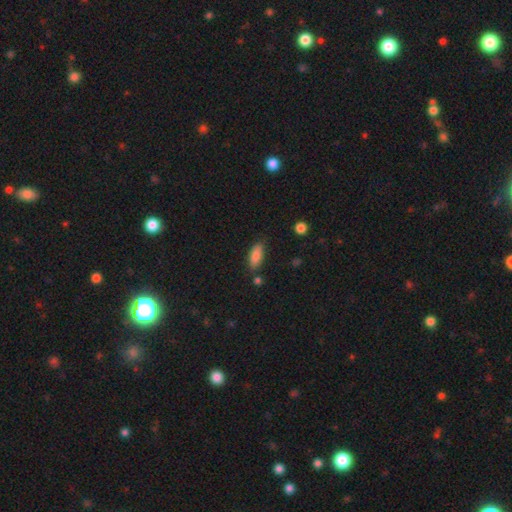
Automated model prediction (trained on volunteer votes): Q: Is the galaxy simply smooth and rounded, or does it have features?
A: smooth — 85%.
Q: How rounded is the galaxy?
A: in between — 79%.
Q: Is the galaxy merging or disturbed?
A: none — 79%.